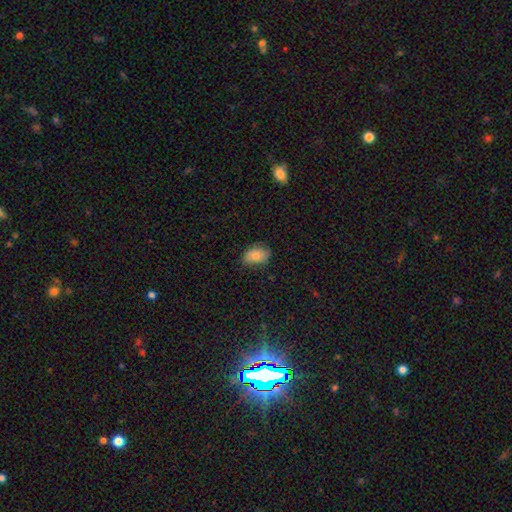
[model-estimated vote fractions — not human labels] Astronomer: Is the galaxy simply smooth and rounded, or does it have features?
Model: smooth — 76%.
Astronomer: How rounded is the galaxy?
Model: in between — 83%.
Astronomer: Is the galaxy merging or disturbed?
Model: none — 78%.